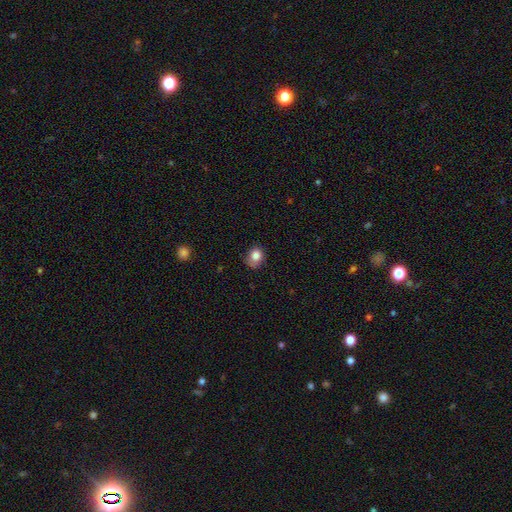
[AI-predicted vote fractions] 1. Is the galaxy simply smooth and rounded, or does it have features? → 81% smooth, 11% star or artifact, 8% featured or disk.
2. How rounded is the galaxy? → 63% round, 36% in between, 1% cigar-shaped.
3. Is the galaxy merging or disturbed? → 69% none, 25% minor disturbance, 6% major disturbance, 1% merger.